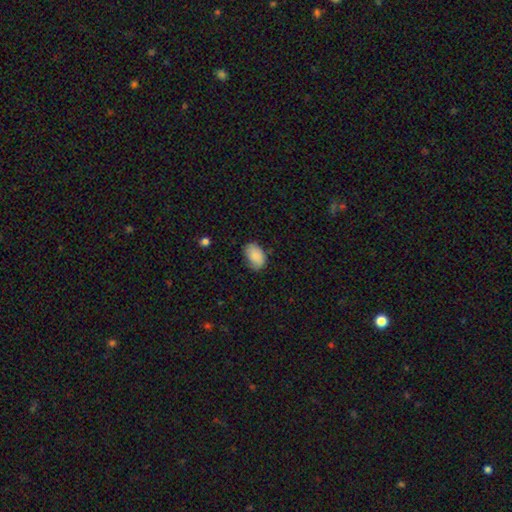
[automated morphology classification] A smooth galaxy with no disk features (87%) that is in between round and cigar-shaped (89%). Merging: none (69%).